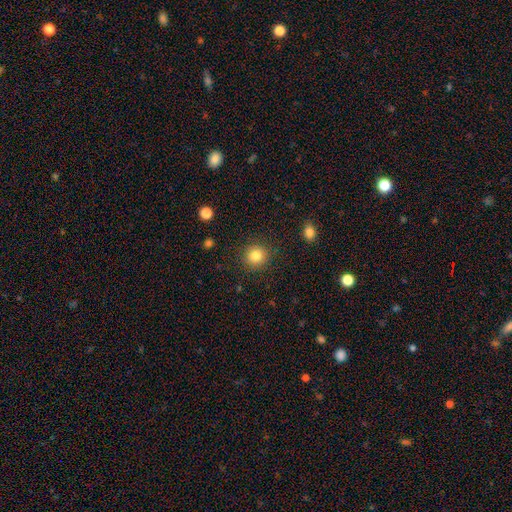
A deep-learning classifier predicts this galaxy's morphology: Q: Smooth or featured?
A: smooth (83%); runner-up: star or artifact (11%)
Q: How rounded?
A: round (92%); runner-up: in between (7%)
Q: Merging?
A: none (90%); runner-up: minor disturbance (7%)